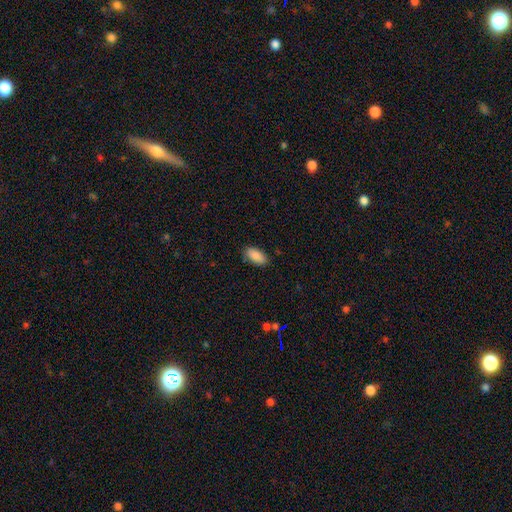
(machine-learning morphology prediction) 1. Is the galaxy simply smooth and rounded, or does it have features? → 89% smooth, 6% star or artifact, 4% featured or disk.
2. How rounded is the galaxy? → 92% in between, 5% cigar-shaped, 2% round.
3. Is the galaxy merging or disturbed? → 85% none, 11% minor disturbance, 2% major disturbance, 1% merger.